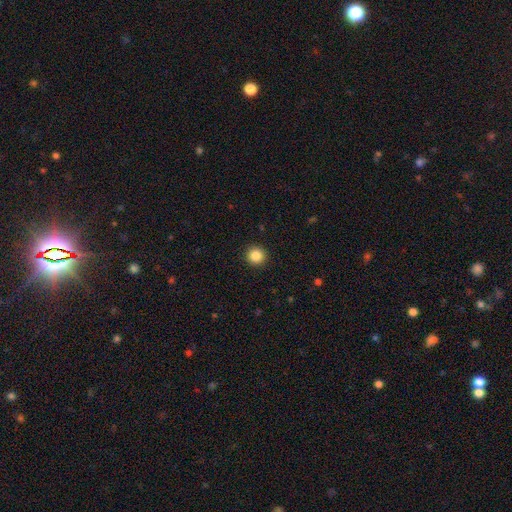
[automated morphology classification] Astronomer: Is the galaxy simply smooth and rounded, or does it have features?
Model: smooth — 86%.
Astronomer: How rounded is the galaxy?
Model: round — 95%.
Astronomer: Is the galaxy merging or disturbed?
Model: none — 93%.